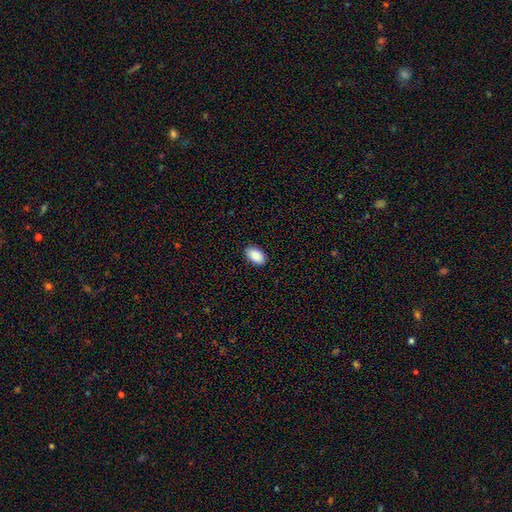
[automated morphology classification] Smooth or featured? smooth (91%)
How rounded? in between (94%)
Merging? none (90%)